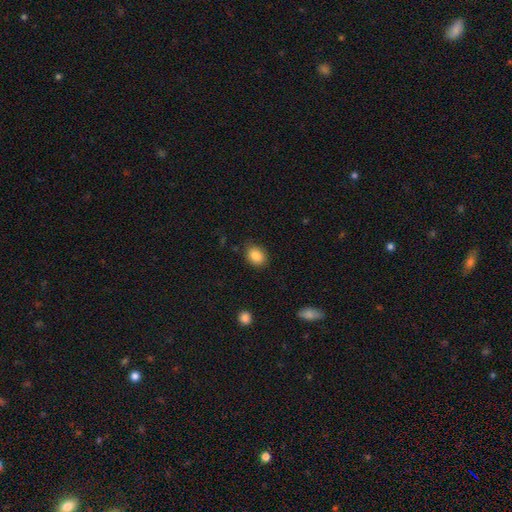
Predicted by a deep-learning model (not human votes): Morphology: type=smooth (86%); roundness=in between (57%); merging=none (85%).